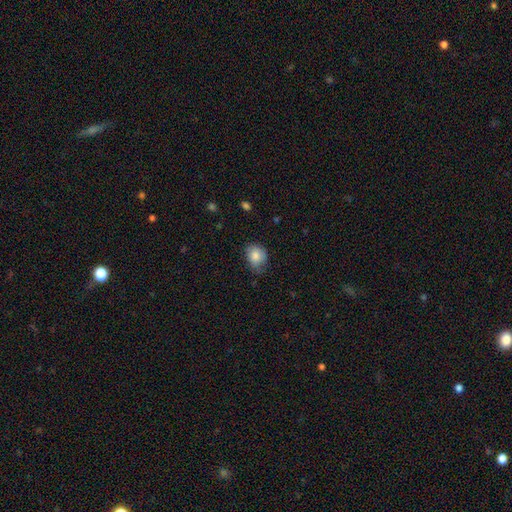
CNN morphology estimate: A smooth galaxy with no disk features (84%) that is round (53%). Merging: none (58%).